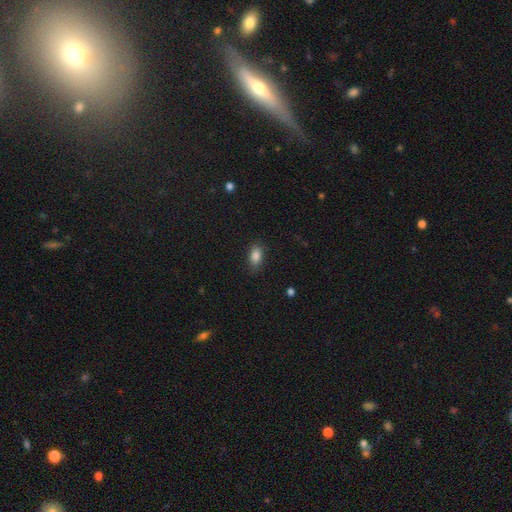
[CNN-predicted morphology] Smooth or featured: smooth — 86% (star or artifact — 9%)
How rounded: in between — 88% (round — 8%)
Merging: none — 81% (minor disturbance — 14%)